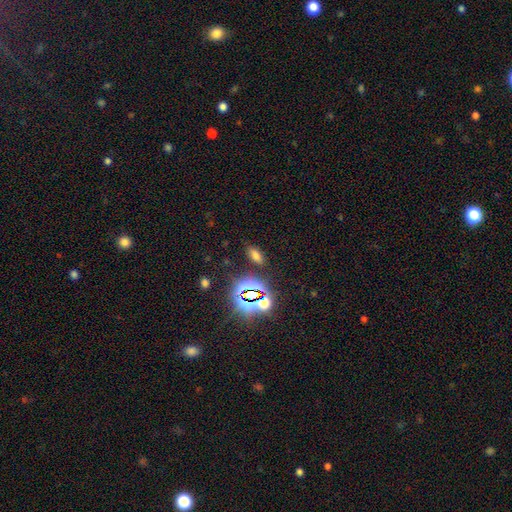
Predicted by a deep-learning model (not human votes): Smooth or featured? smooth (61%)
How rounded? in between (84%)
Merging? none (84%)